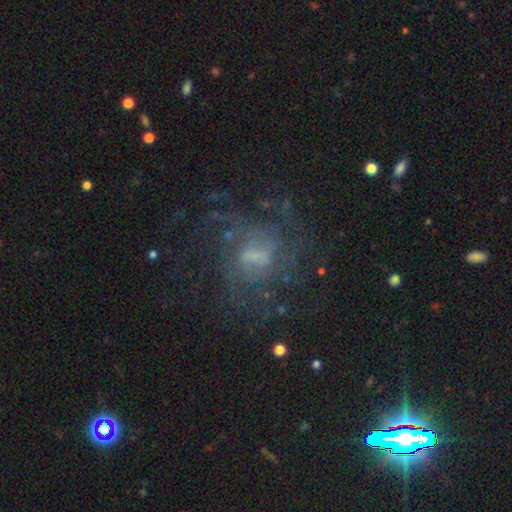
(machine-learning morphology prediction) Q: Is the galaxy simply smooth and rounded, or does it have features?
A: featured or disk — 73%.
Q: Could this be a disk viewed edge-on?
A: no — 96%.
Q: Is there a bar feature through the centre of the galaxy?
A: weak — 54%.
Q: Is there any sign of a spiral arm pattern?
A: yes — 82%.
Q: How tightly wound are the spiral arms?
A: medium — 40%.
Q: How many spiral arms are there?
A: can't tell — 52%.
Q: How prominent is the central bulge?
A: small — 38%.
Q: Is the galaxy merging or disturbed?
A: none — 62%.